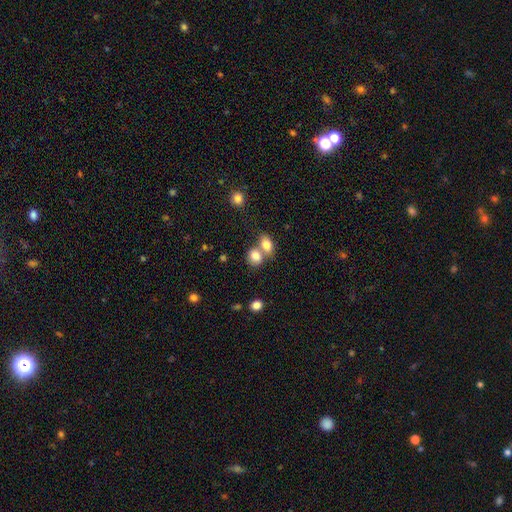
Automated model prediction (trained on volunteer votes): This appears to be a smooth galaxy with no disk features (81%) that is in between round and cigar-shaped (56%). Merging: merger (55%).